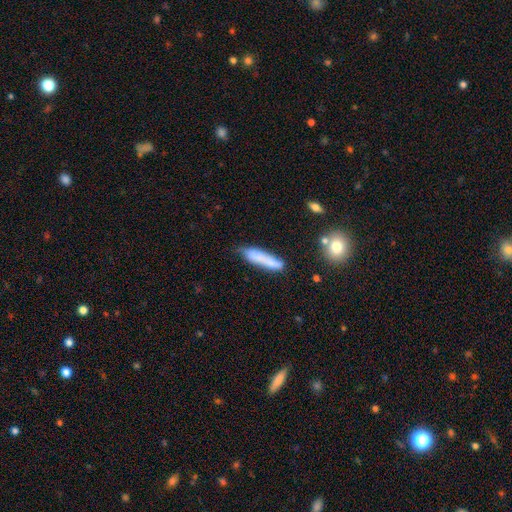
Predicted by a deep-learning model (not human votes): Overall: smooth (76%). How rounded: cigar-shaped (74%). Merging: none (55%; minor disturbance 30%).